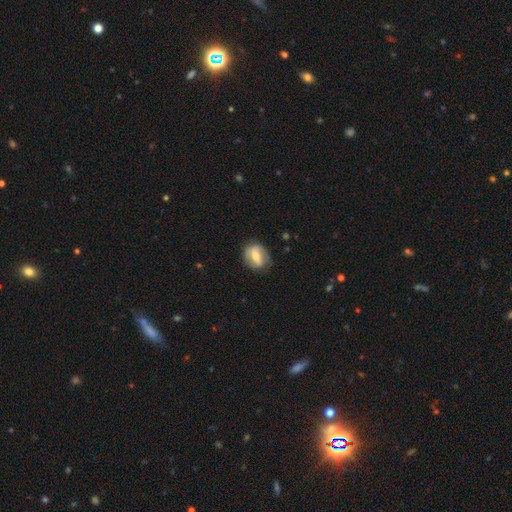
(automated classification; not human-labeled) smooth-or-featured: featured or disk: 51% | smooth: 42% | star or artifact: 7%
  disk-edge-on: no: 93% | yes: 7%
  merging: none: 75% | minor disturbance: 18% | major disturbance: 6% | merger: 1%